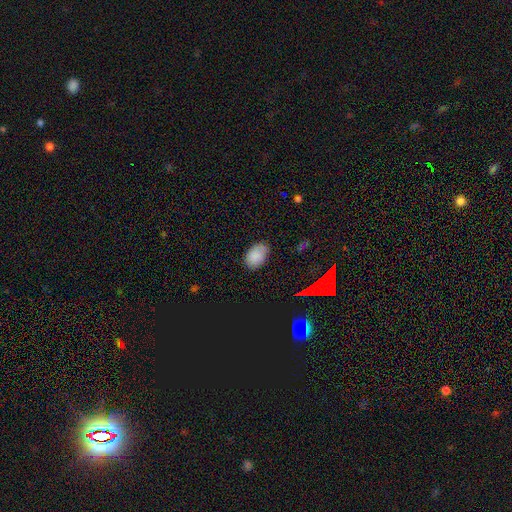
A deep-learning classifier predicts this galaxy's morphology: Smooth or featured?
  - smooth: 85% *
  - star or artifact: 9%
  - featured or disk: 6%
How rounded?
  - in between: 85% *
  - round: 13%
  - cigar-shaped: 1%
Merging?
  - none: 73% *
  - minor disturbance: 22%
  - major disturbance: 4%
  - merger: 2%